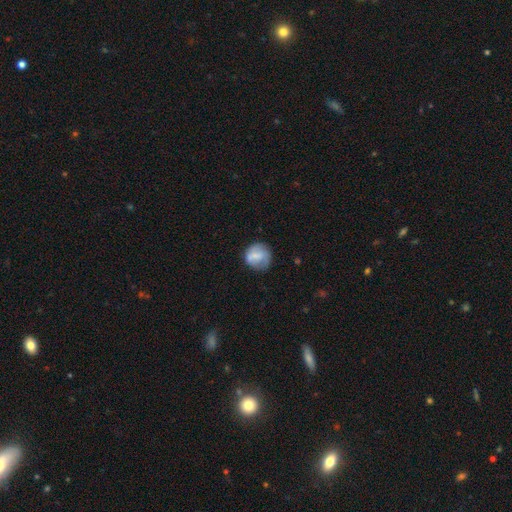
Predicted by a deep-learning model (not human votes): Overall: smooth (68%). How rounded: round (84%). Merging: none (62%; minor disturbance 26%).